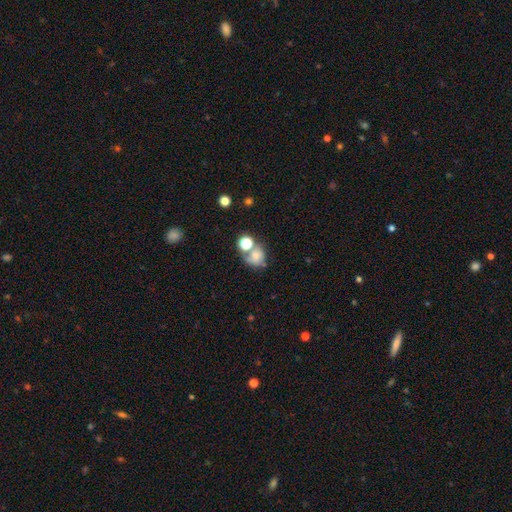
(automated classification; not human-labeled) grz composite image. It shows a smooth galaxy with no disk features (63%) that is round (66%). Merging: merger (39%).